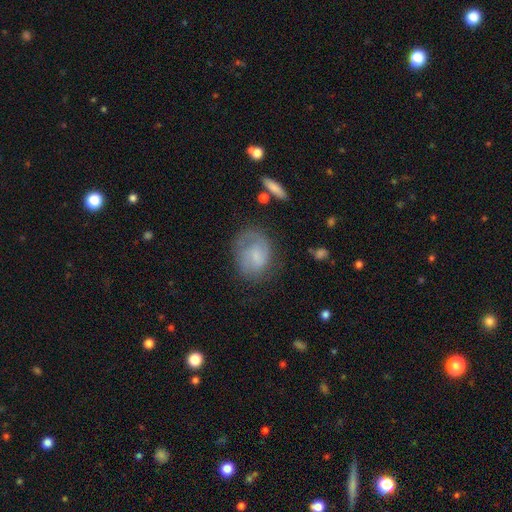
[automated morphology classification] This is possibly a featured or disk galaxy (51%). It is clearly not viewed edge-on (97%). Merging: possibly none (56%).